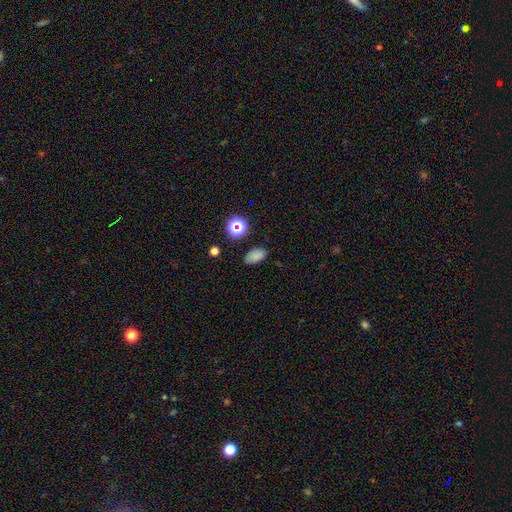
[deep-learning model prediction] smooth-or-featured: smooth: 78% | star or artifact: 16% | featured or disk: 6%
  how-rounded: in between: 89% | round: 8% | cigar-shaped: 2%
  merging: none: 82% | minor disturbance: 13% | major disturbance: 3% | merger: 2%